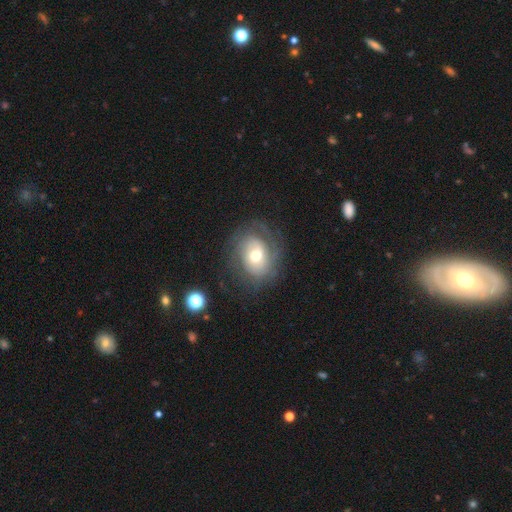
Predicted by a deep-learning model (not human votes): Morphology: type=featured or disk (62%); edge-on=no (96%); bar=no (69%); spiral arms=yes (79%); bulge=moderate (65%); merging=none (66%).